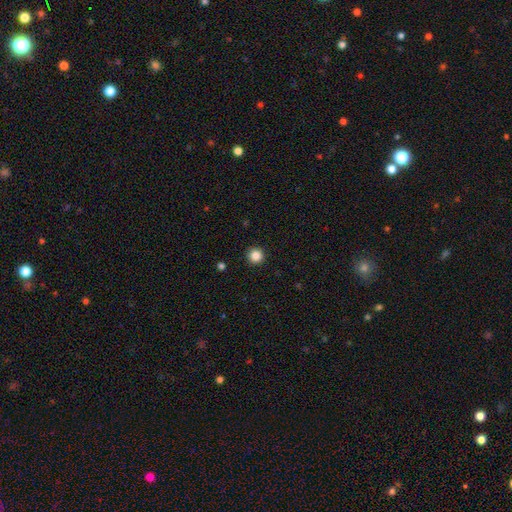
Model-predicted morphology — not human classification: Smooth or featured? Predicted: smooth (p=0.86). How rounded? Predicted: round (p=0.96). Merging? Predicted: none (p=0.93).